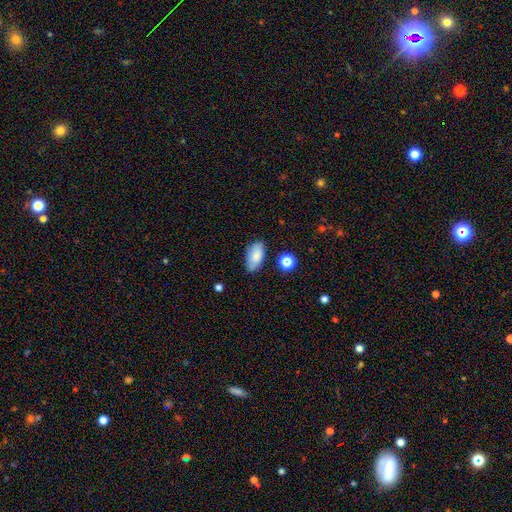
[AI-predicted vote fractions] Smooth or featured?
  - smooth: 83% *
  - featured or disk: 9%
  - star or artifact: 8%
How rounded?
  - in between: 92% *
  - round: 4%
  - cigar-shaped: 4%
Merging?
  - none: 73% *
  - minor disturbance: 20%
  - major disturbance: 4%
  - merger: 3%